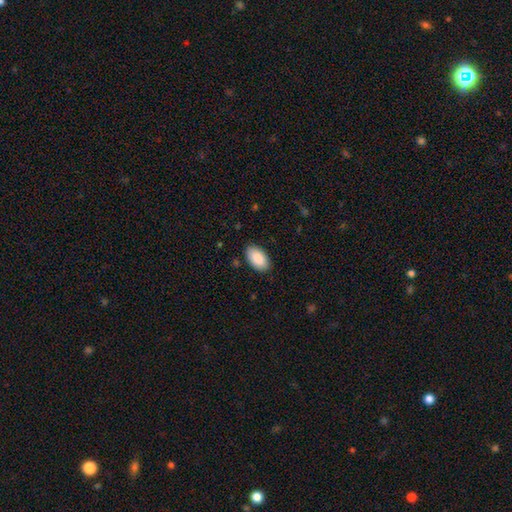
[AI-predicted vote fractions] smooth 90%, star or artifact 6%, featured or disk 4%. Down the decision tree: how rounded — in between (95%); merging — none (87%).